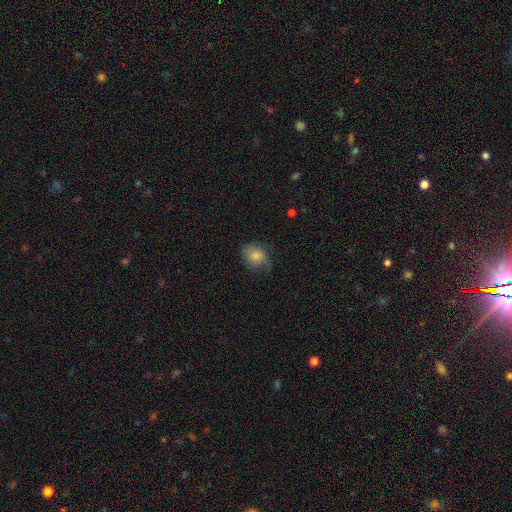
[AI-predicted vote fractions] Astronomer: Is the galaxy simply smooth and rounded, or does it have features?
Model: smooth — 77%.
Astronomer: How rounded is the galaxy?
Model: in between — 52% (runner-up: round, 47%).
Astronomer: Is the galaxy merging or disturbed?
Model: none — 57%.